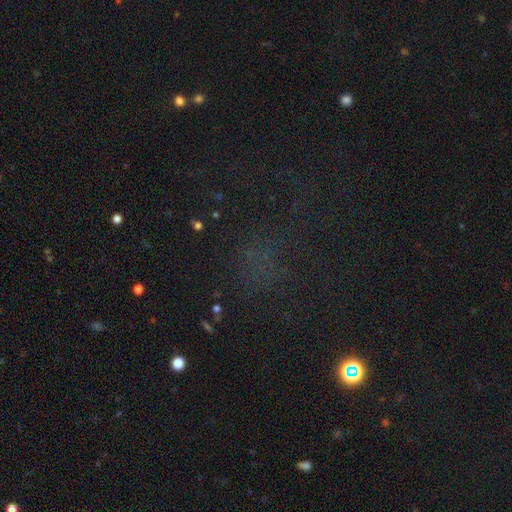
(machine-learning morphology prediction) A star or artifact, not a galaxy (56%).

Vote fractions:
- Smooth or featured? star or artifact: 56% / smooth: 33% / featured or disk: 11%